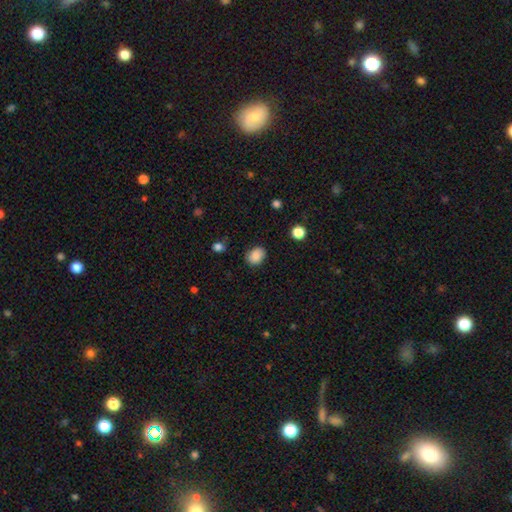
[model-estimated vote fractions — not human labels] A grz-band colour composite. It shows a smooth galaxy with no disk features (87%) that is in between round and cigar-shaped (55%). Merging: none (83%).